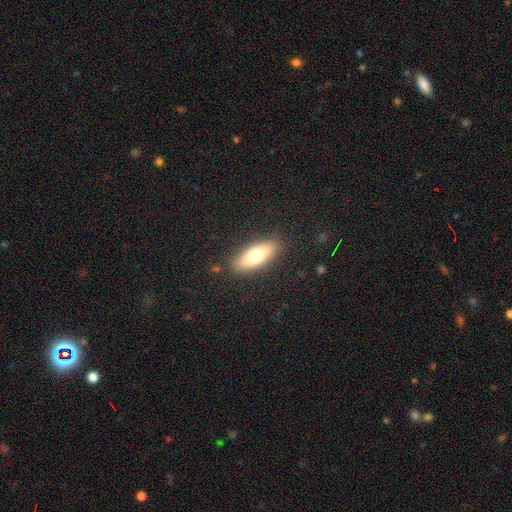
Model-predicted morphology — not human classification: A smooth galaxy with no disk features (68%) that is in between round and cigar-shaped (66%).

Vote fractions:
- Smooth or featured? smooth: 68% / featured or disk: 25% / star or artifact: 7%
- How rounded? in between: 66% / cigar-shaped: 31% / round: 3%
- Merging? none: 87% / minor disturbance: 10% / major disturbance: 3% / merger: 1%